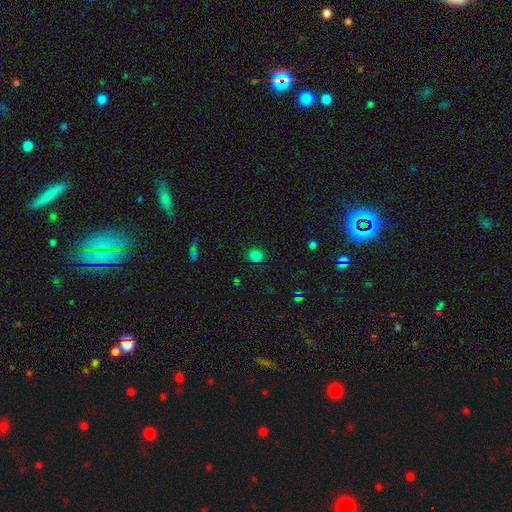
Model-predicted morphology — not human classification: Q: Smooth or featured?
A: smooth (80%); runner-up: star or artifact (15%)
Q: How rounded?
A: round (60%); runner-up: in between (39%)
Q: Merging?
A: none (86%); runner-up: minor disturbance (10%)